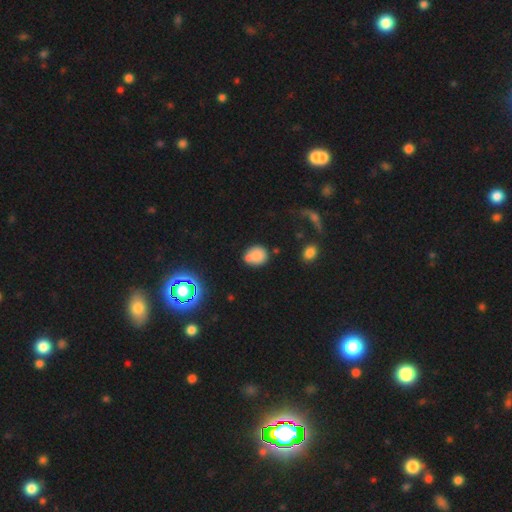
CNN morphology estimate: Smooth or featured: smooth — 79% (star or artifact — 11%)
How rounded: round — 62% (in between — 37%)
Merging: none — 58% (minor disturbance — 21%)